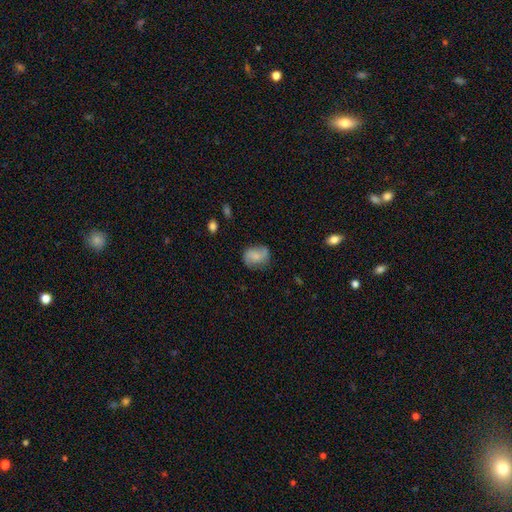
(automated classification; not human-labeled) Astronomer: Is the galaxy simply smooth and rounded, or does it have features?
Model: smooth — 53% (runner-up: featured or disk, 39%).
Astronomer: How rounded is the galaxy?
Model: in between — 54% (runner-up: round, 45%).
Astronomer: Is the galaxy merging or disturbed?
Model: none — 67%.